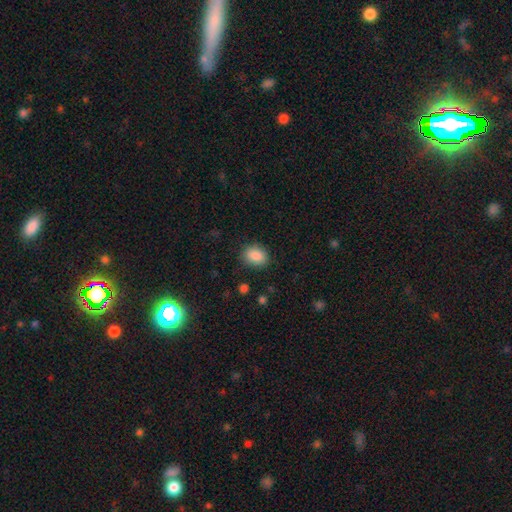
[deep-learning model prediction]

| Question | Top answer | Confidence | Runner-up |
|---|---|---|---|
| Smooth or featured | smooth | 88% | star or artifact (8%) |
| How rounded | in between | 63% | round (36%) |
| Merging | none | 84% | minor disturbance (12%) |